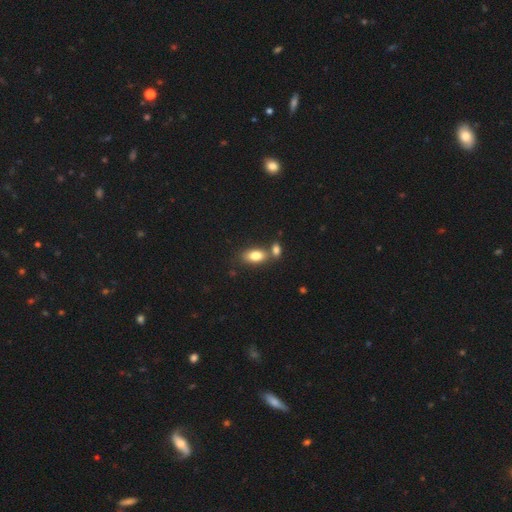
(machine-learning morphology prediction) smooth-or-featured: smooth: 80% | featured or disk: 13% | star or artifact: 8%
  how-rounded: in between: 89% | round: 6% | cigar-shaped: 5%
  merging: none: 53% | merger: 33% | minor disturbance: 11% | major disturbance: 3%